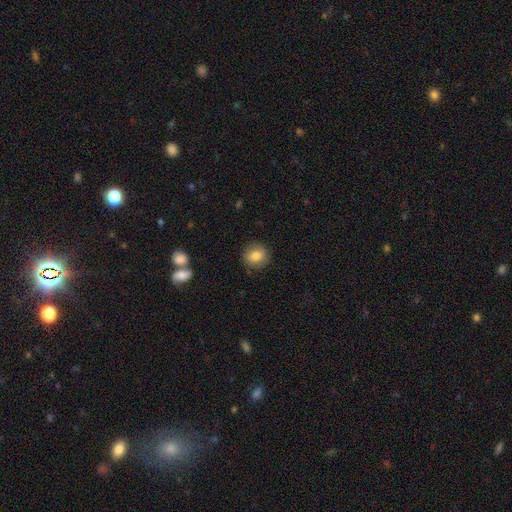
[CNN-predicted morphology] A smooth galaxy with no disk features (81%) that is round (79%).

Vote fractions:
- Smooth or featured? smooth: 81% / featured or disk: 10% / star or artifact: 9%
- How rounded? round: 79% / in between: 20% / cigar-shaped: 1%
- Merging? none: 88% / minor disturbance: 8% / major disturbance: 2% / merger: 1%